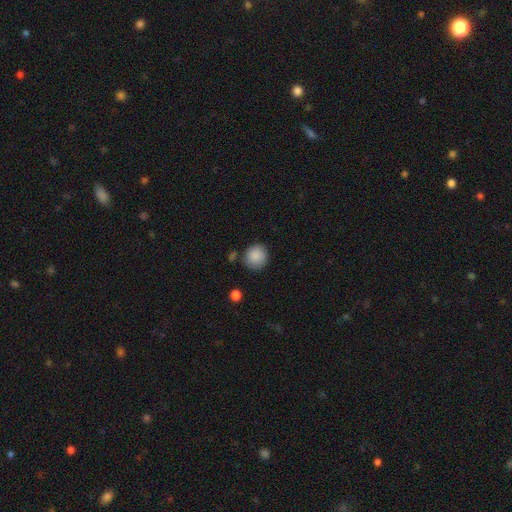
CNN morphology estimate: smooth-or-featured: smooth: 88% | star or artifact: 8% | featured or disk: 4%
  how-rounded: round: 92% | in between: 7% | cigar-shaped: 1%
  merging: none: 81% | minor disturbance: 12% | merger: 4% | major disturbance: 3%